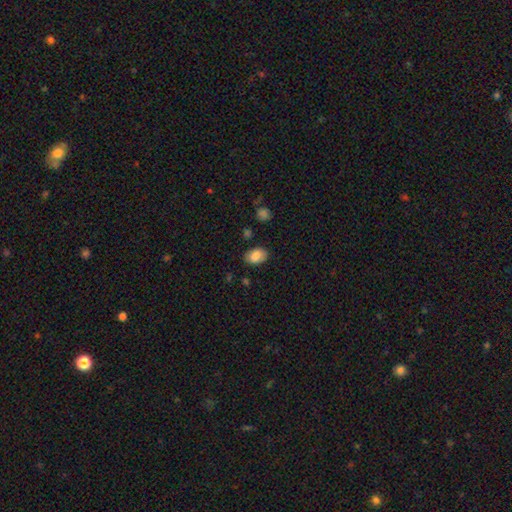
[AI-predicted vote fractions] This is clearly a smooth galaxy (84%). How rounded: clearly in between (87%). Merging: clearly none (84%).